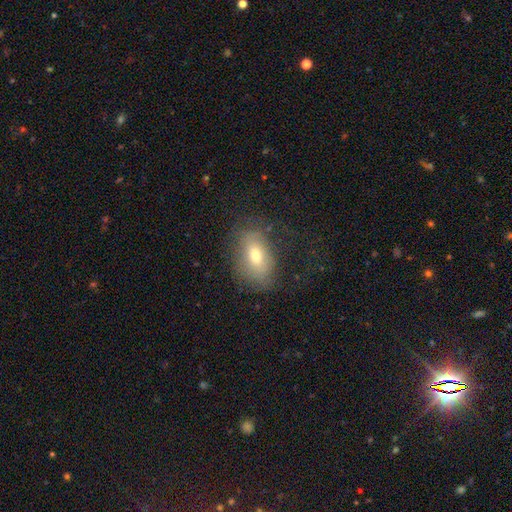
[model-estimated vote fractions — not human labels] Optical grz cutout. It shows a smooth galaxy with no disk features (64%) that is in between round and cigar-shaped (86%). Merging: none (64%).